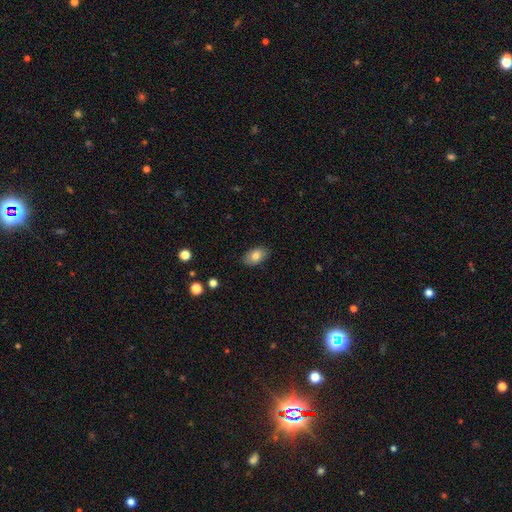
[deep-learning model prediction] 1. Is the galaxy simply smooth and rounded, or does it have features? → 80% smooth, 12% featured or disk, 8% star or artifact.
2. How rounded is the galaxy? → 91% in between, 7% round, 2% cigar-shaped.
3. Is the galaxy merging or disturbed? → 85% none, 12% minor disturbance, 2% major disturbance, 1% merger.